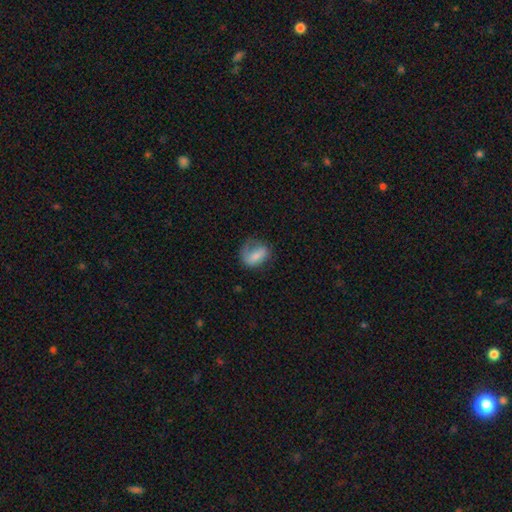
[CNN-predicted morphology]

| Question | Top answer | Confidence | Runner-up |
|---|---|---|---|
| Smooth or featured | smooth | 60% | featured or disk (32%) |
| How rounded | in between | 67% | round (30%) |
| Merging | none | 42% | major disturbance (30%) |